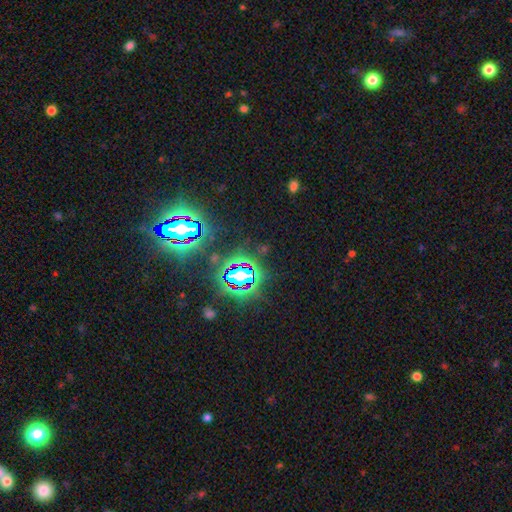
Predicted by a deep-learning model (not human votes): Smooth or featured? Predicted: star or artifact (p=0.83).